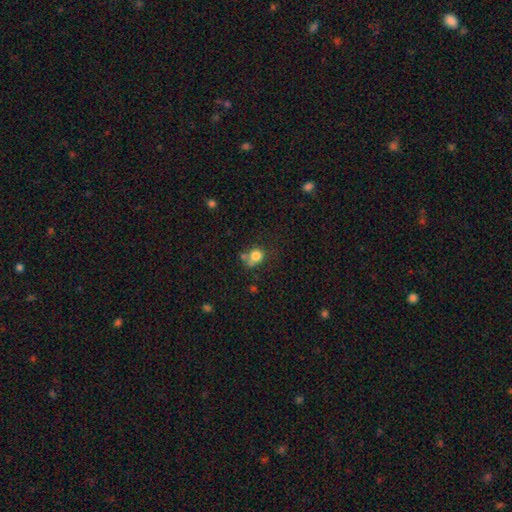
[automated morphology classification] This is likely a smooth galaxy (79%). How rounded: likely round (67%). Merging: marginally none (44%).